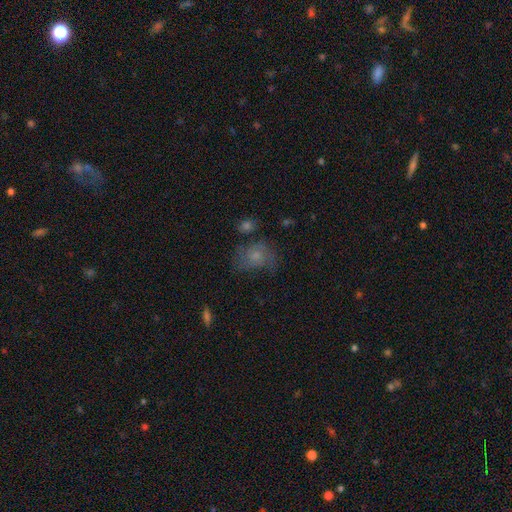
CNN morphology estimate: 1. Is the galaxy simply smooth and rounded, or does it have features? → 52% smooth, 34% featured or disk, 14% star or artifact.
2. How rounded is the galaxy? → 53% in between, 46% round, 1% cigar-shaped.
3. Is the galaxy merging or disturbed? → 46% none, 26% minor disturbance, 23% major disturbance, 5% merger.